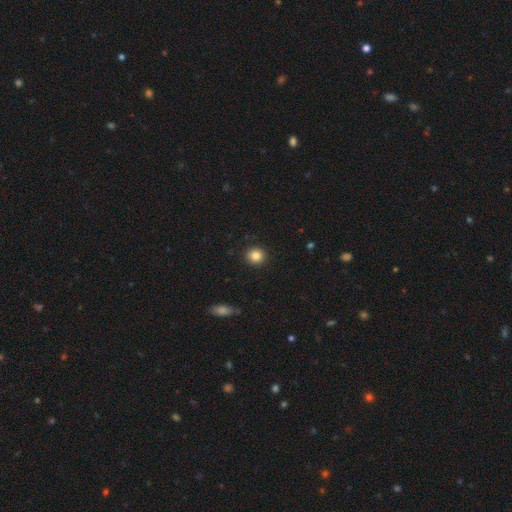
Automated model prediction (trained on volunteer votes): Morphology: type=smooth (85%); roundness=round (88%); merging=none (91%).